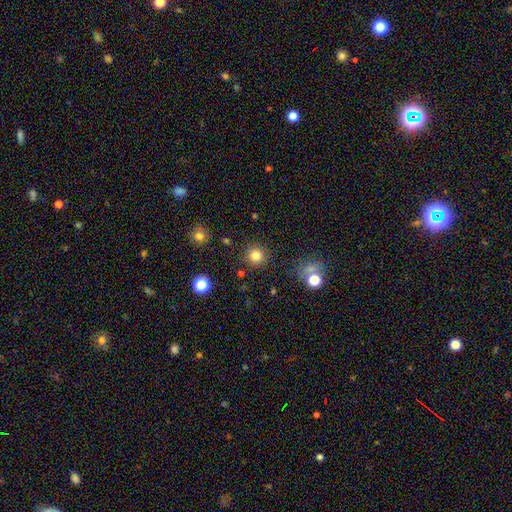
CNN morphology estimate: Smooth or featured? smooth (81%)
How rounded? round (93%)
Merging? none (88%)